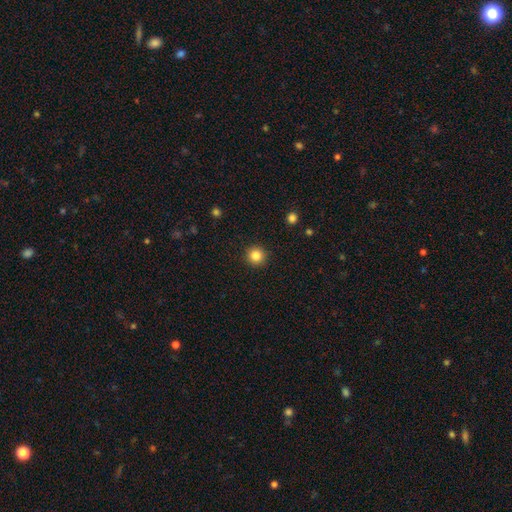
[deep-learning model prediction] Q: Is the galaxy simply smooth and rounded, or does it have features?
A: smooth — 85%.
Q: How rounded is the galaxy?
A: round — 95%.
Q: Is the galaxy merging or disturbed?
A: none — 93%.